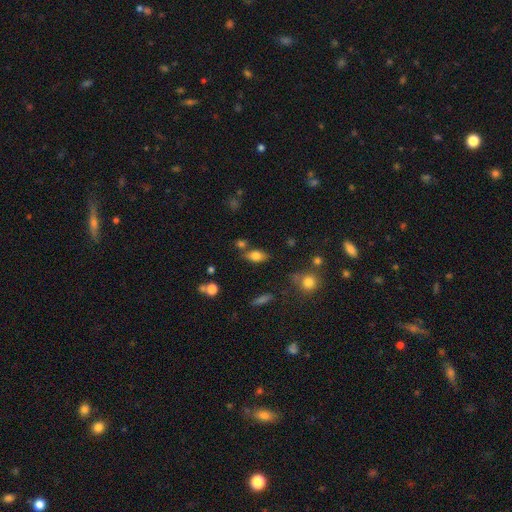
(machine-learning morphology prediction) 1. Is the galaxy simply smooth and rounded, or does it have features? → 77% smooth, 13% featured or disk, 10% star or artifact.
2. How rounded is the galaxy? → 85% in between, 8% round, 6% cigar-shaped.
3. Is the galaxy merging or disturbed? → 69% none, 15% minor disturbance, 12% merger, 4% major disturbance.